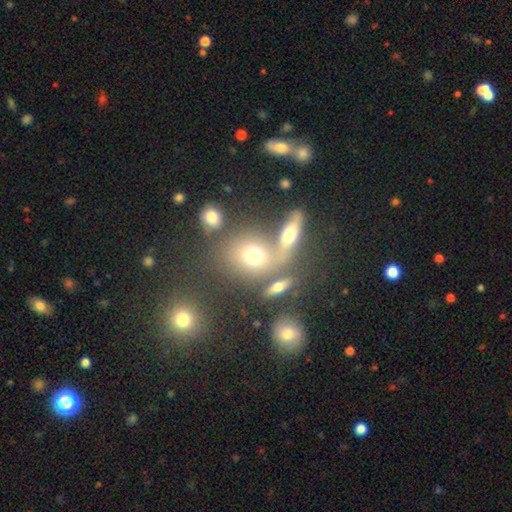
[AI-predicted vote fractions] Morphology: type=smooth (63%); roundness=round (51%); merging=none (48%).